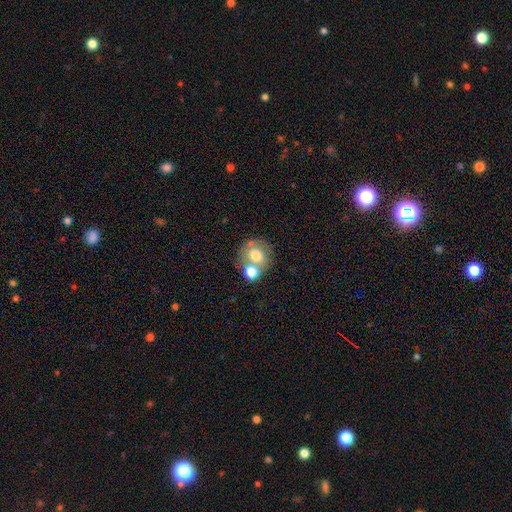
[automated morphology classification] type=smooth (67%); roundness=round (74%); merging=merger (45%).